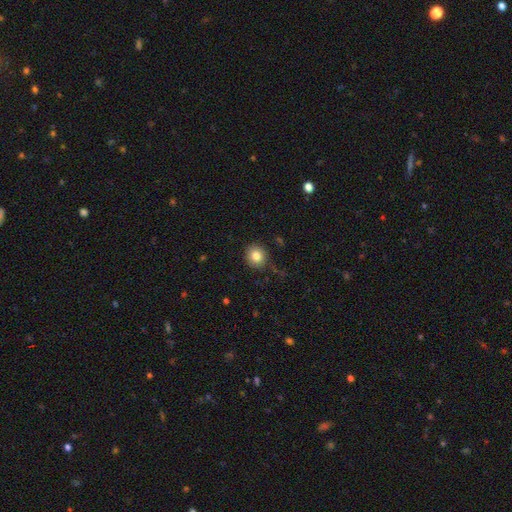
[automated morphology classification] The model was most divided on "smooth or featured": smooth: 82%, star or artifact: 11%, featured or disk: 7%. More confident: how rounded — round (89%); merging — none (85%).